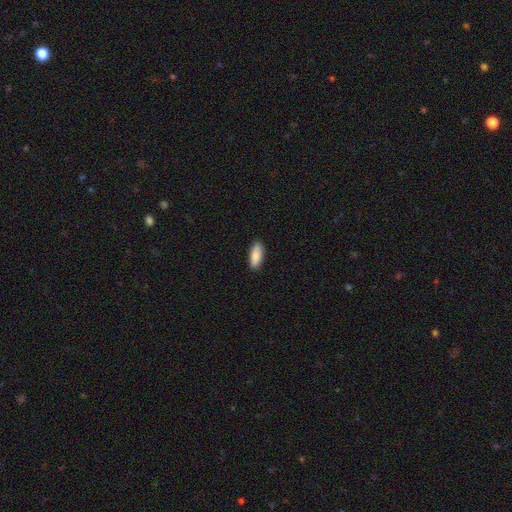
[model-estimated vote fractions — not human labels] Smooth or featured: smooth — 86% (featured or disk — 8%)
How rounded: in between — 78% (cigar-shaped — 20%)
Merging: none — 89% (minor disturbance — 9%)